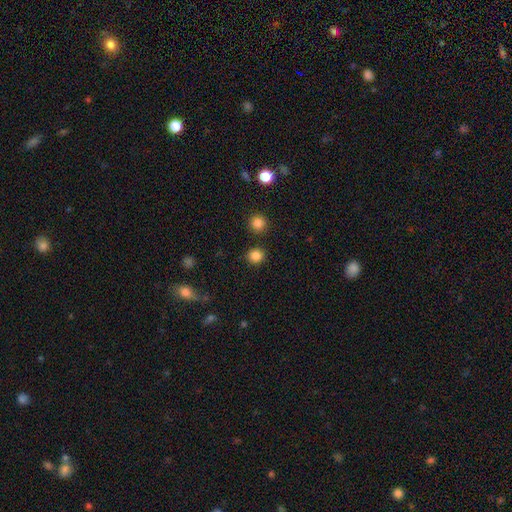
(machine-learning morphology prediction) A smooth galaxy with no disk features (84%) that is round (88%).

Vote fractions:
- Smooth or featured? smooth: 84% / star or artifact: 12% / featured or disk: 3%
- How rounded? round: 88% / in between: 11% / cigar-shaped: 1%
- Merging? none: 87% / minor disturbance: 7% / merger: 4% / major disturbance: 3%